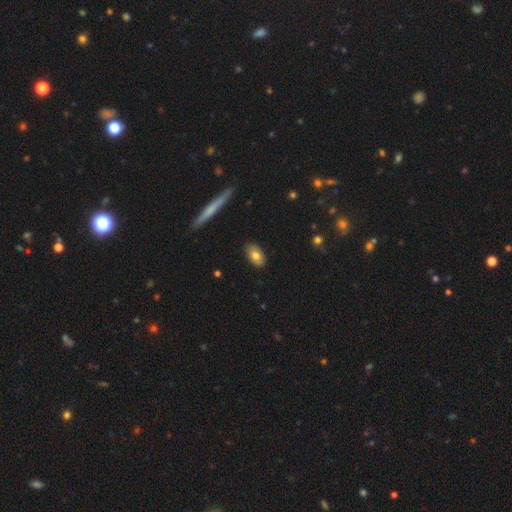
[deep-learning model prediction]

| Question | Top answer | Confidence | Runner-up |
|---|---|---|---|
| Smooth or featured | smooth | 76% | featured or disk (17%) |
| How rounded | in between | 91% | round (6%) |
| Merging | none | 85% | minor disturbance (11%) |